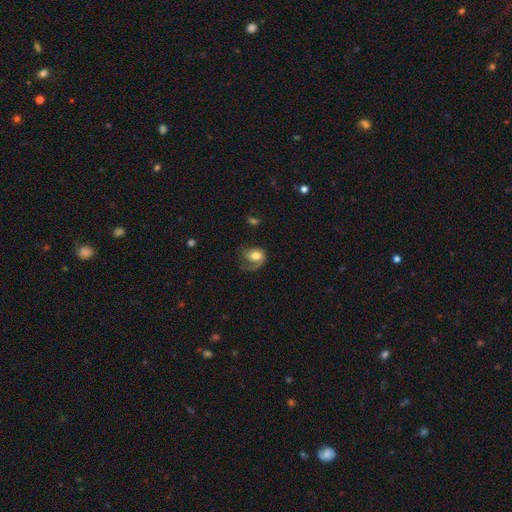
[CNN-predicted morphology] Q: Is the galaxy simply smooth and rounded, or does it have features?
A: featured or disk — 54%.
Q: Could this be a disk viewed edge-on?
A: no — 97%.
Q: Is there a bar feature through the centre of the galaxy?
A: no — 70%.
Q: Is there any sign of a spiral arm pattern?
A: yes — 85%.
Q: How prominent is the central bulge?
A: moderate — 48%.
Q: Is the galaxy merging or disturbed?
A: major disturbance — 38%, tied with none.